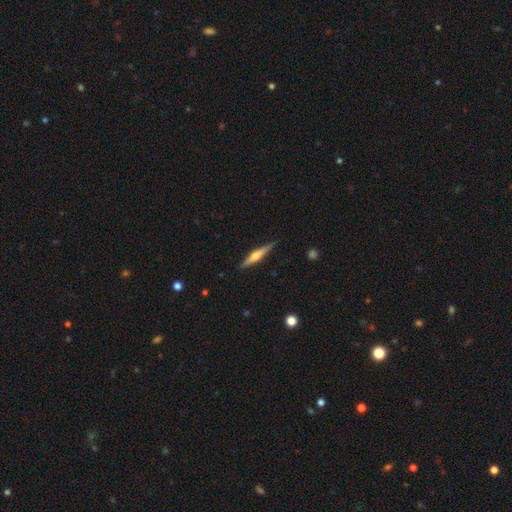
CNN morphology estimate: Smooth or featured: featured or disk — 63% (smooth — 31%)
Edge-on disk: yes — 97% (no — 3%)
Edge-on bulge: rounded — 84% (boxy — 9%)
Merging: none — 88% (minor disturbance — 9%)